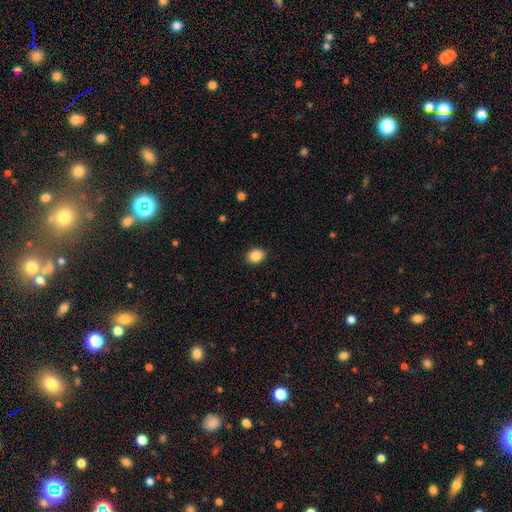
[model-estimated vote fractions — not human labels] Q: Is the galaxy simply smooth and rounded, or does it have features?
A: smooth — 87%.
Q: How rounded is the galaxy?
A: in between — 53%.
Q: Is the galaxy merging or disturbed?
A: none — 90%.